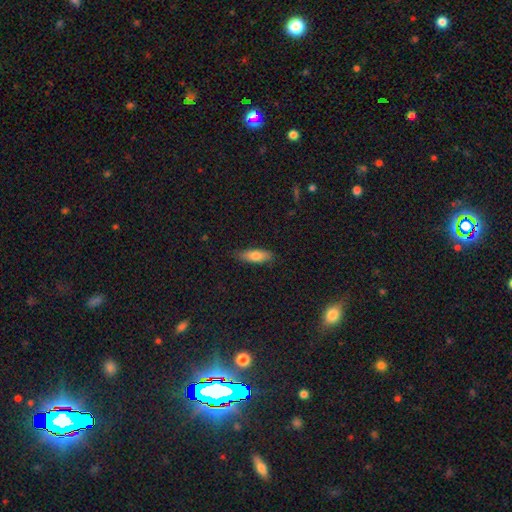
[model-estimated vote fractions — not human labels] Overall: smooth (75%). How rounded: in between (61%; cigar-shaped 37%). Merging: none (84%).